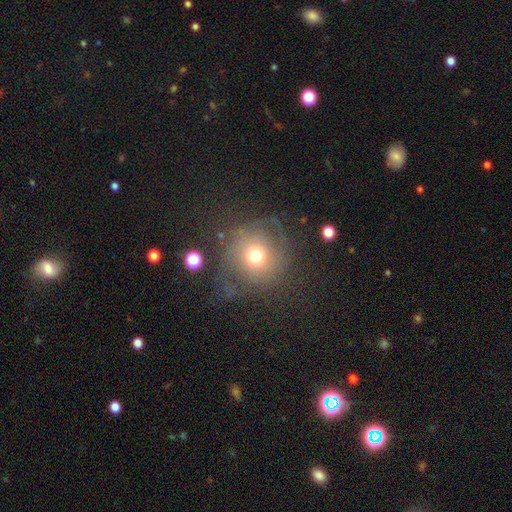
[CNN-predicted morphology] type=smooth (52%); roundness=round (88%); merging=none (56%).